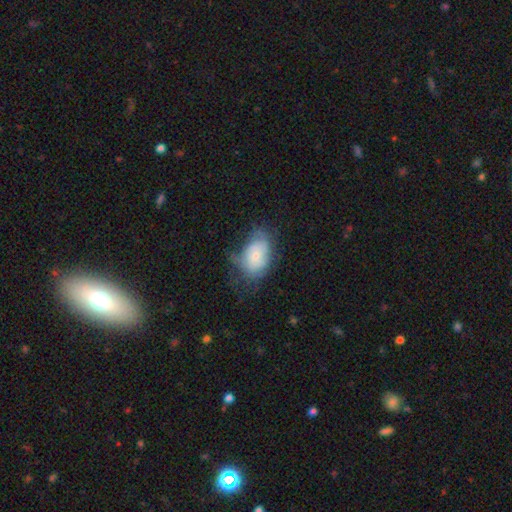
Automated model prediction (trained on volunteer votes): A smooth galaxy with no disk features (59%) that is in between round and cigar-shaped (83%).

Vote fractions:
- Smooth or featured? smooth: 59% / featured or disk: 33% / star or artifact: 8%
- How rounded? in between: 83% / round: 16% / cigar-shaped: 1%
- Merging? none: 38% / minor disturbance: 35% / major disturbance: 24% / merger: 2%